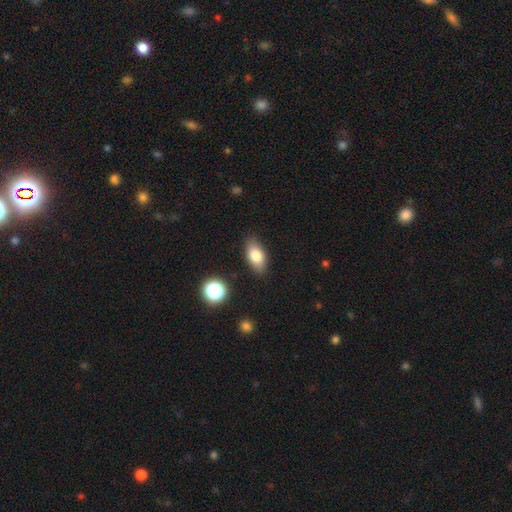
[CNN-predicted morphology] smooth_or_featured: smooth (p=0.79) [alt: featured or disk p=0.12]
how_rounded: in between (p=0.89) [alt: round p=0.06]
merging: none (p=0.86) [alt: minor disturbance p=0.10]